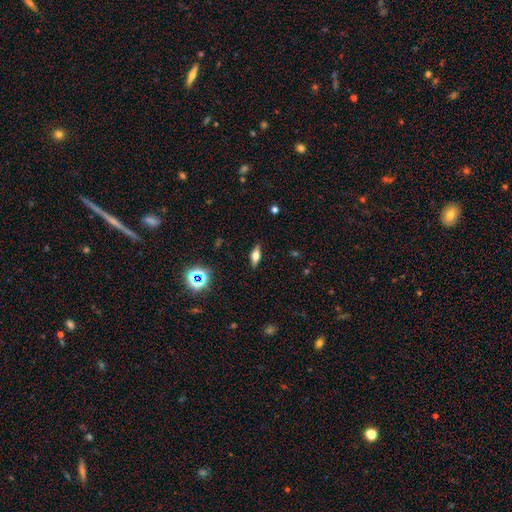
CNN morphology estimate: This appears to be a smooth galaxy with no disk features (46%). Merging: none (86%).